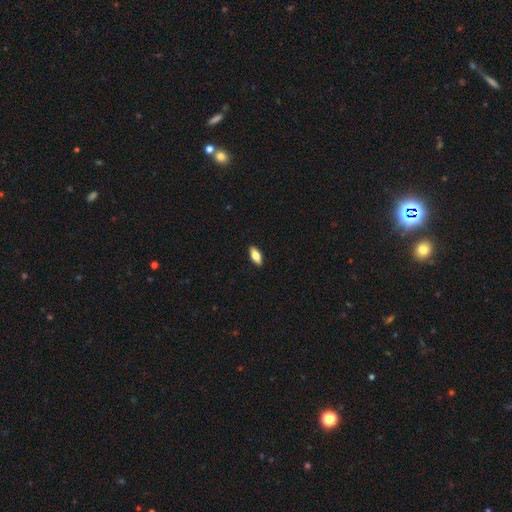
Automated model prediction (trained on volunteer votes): The model was most divided on "smooth or featured": smooth: 72%, featured or disk: 21%, star or artifact: 7%. More confident: merging — none (90%); how rounded — in between (80%).